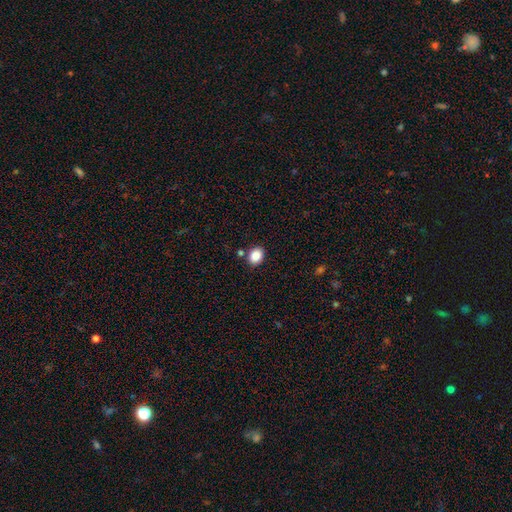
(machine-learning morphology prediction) The model was most divided on "how rounded": in between: 59%, round: 40%, cigar-shaped: 1%. More confident: smooth or featured — smooth (87%); merging — none (83%).